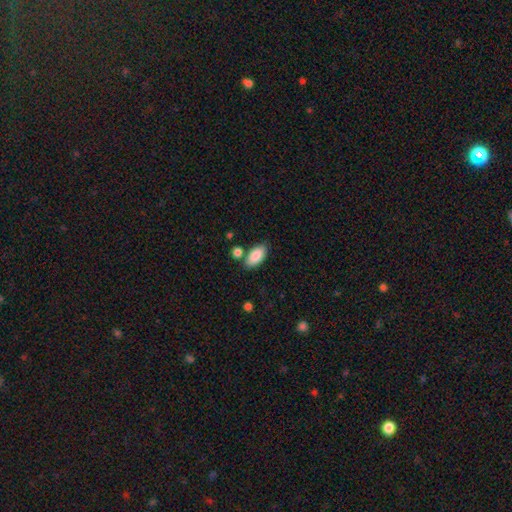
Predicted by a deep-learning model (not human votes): Smooth or featured? smooth (87%)
How rounded? in between (92%)
Merging? none (74%)